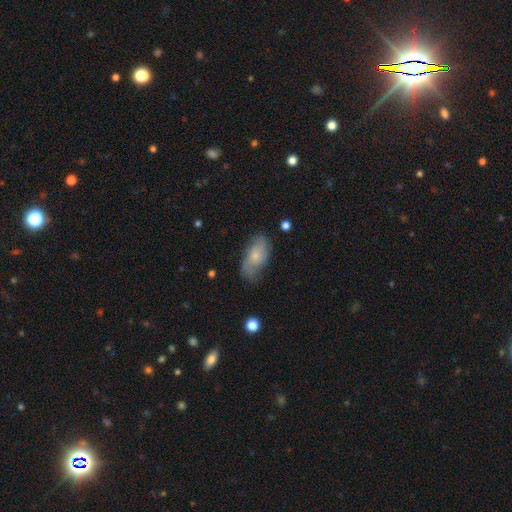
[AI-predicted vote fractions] Q: Smooth or featured?
A: smooth (54%); runner-up: featured or disk (39%)
Q: How rounded?
A: in between (89%); runner-up: cigar-shaped (6%)
Q: Merging?
A: none (63%); runner-up: minor disturbance (27%)